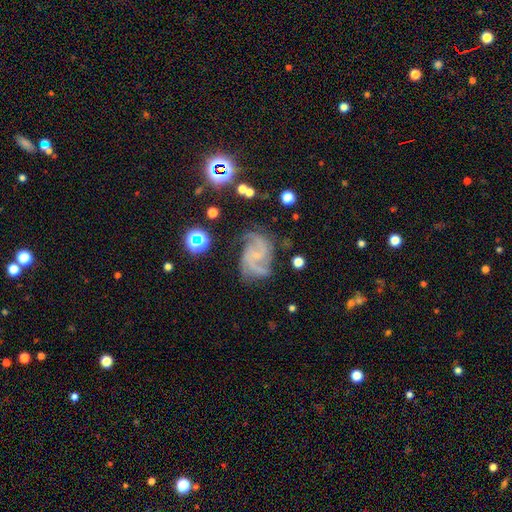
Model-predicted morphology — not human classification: Q: Smooth or featured?
A: featured or disk (86%); runner-up: star or artifact (8%)
Q: Edge-on disk?
A: no (98%); runner-up: yes (2%)
Q: Bar?
A: no (54%); runner-up: weak (37%)
Q: Spiral arms?
A: yes (98%); runner-up: no (2%)
Q: Spiral winding?
A: medium (56%); runner-up: tight (22%)
Q: Spiral arm count?
A: 2 (47%); runner-up: 3 (29%)
Q: Bulge size?
A: small (71%); runner-up: none (17%)
Q: Merging?
A: none (68%); runner-up: minor disturbance (19%)